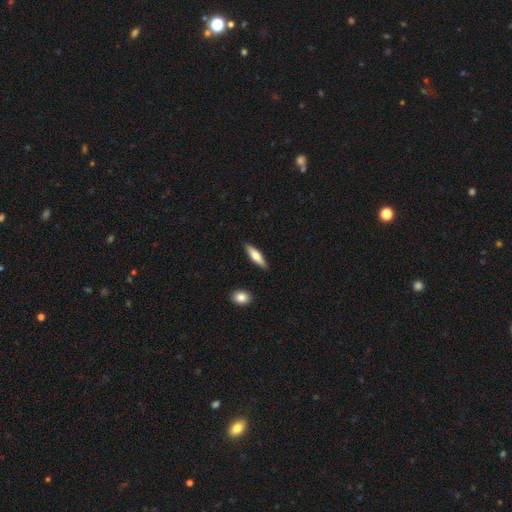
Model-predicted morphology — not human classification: smooth_or_featured: smooth (p=0.59) [alt: featured or disk p=0.36]
how_rounded: cigar-shaped (p=0.69) [alt: in between p=0.29]
merging: none (p=0.89) [alt: minor disturbance p=0.08]